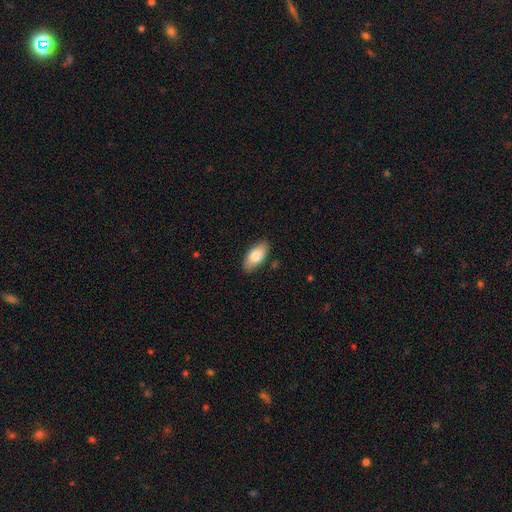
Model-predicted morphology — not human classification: Q: Smooth or featured?
A: smooth (79%); runner-up: featured or disk (15%)
Q: How rounded?
A: in between (91%); runner-up: cigar-shaped (6%)
Q: Merging?
A: none (87%); runner-up: minor disturbance (10%)